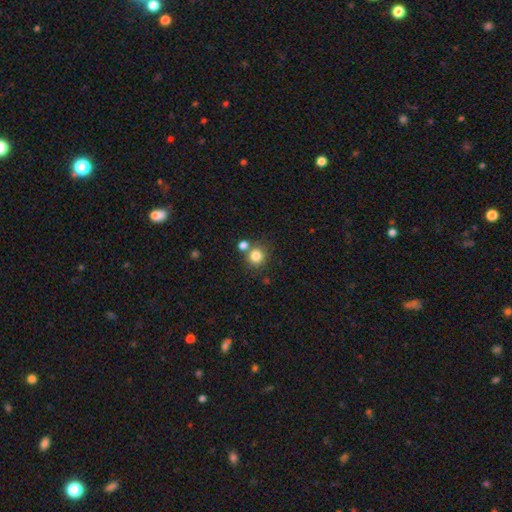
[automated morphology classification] smooth_or_featured: smooth (p=0.82) [alt: star or artifact p=0.11]
how_rounded: round (p=0.89) [alt: in between p=0.10]
merging: none (p=0.67) [alt: merger p=0.22]